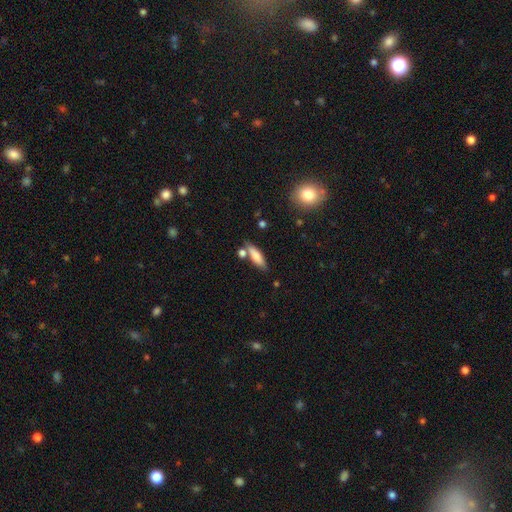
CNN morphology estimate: The model was most divided on "how rounded": cigar-shaped: 51%, in between: 46%, round: 3%. More confident: smooth or featured — smooth (78%); merging — none (67%).